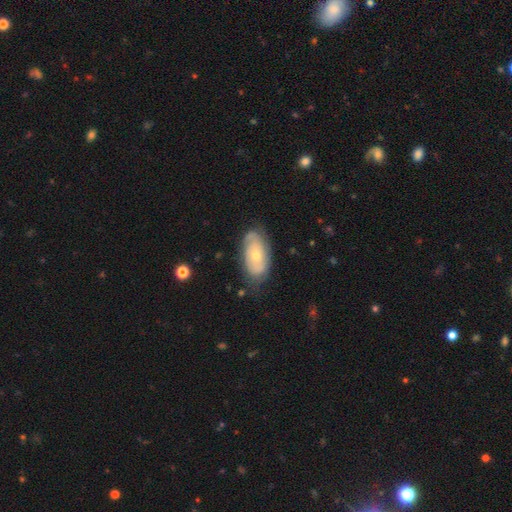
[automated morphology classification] A featured or disk galaxy (60%) with no bar (83%), spiral arms (68%) and a small central bulge (60%). Merging: none (67%).